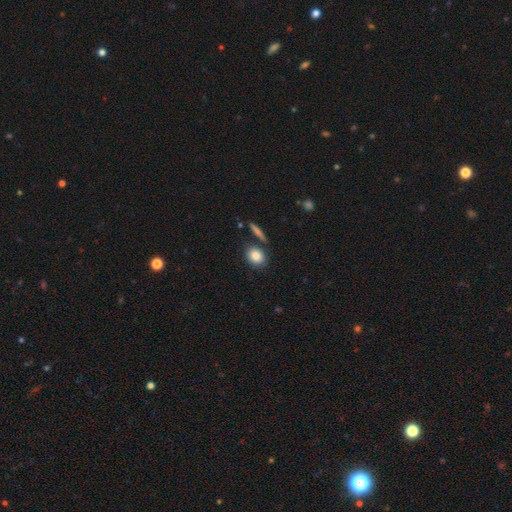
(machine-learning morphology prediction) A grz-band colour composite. It shows a smooth galaxy with no disk features (84%) that is round (54%). Merging: none (74%).